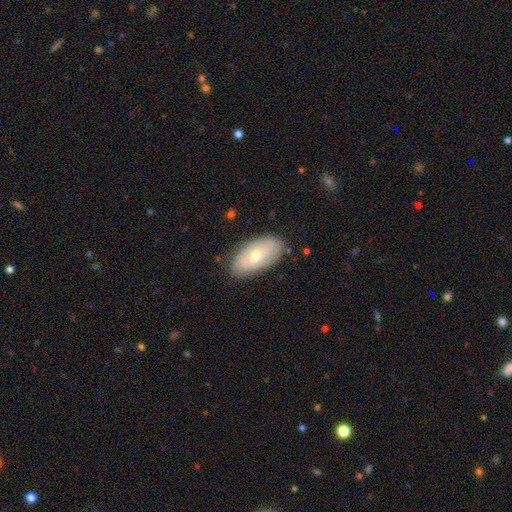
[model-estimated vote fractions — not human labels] smooth_or_featured: smooth (p=0.50) [alt: featured or disk p=0.44]
merging: none (p=0.81) [alt: minor disturbance p=0.15]